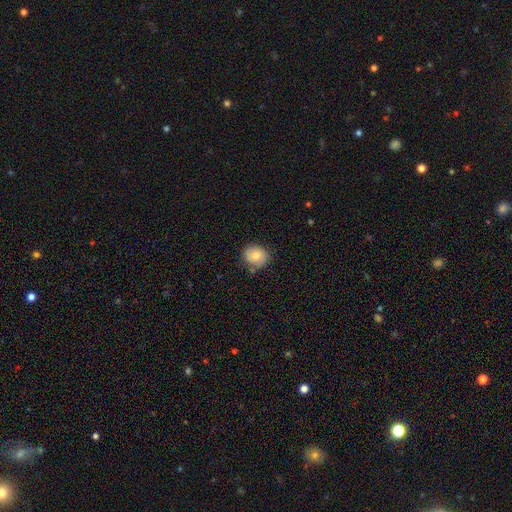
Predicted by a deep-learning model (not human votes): Smooth or featured?
  - smooth: 78% *
  - featured or disk: 14%
  - star or artifact: 8%
How rounded?
  - round: 74% *
  - in between: 25%
  - cigar-shaped: 1%
Merging?
  - none: 69% *
  - minor disturbance: 22%
  - major disturbance: 5%
  - merger: 4%